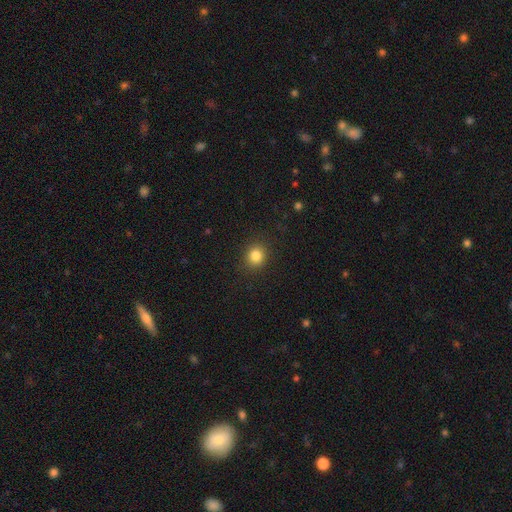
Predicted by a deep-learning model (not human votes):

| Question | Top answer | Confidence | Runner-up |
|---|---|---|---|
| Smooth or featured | smooth | 84% | star or artifact (11%) |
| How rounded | round | 82% | in between (17%) |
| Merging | none | 89% | minor disturbance (7%) |